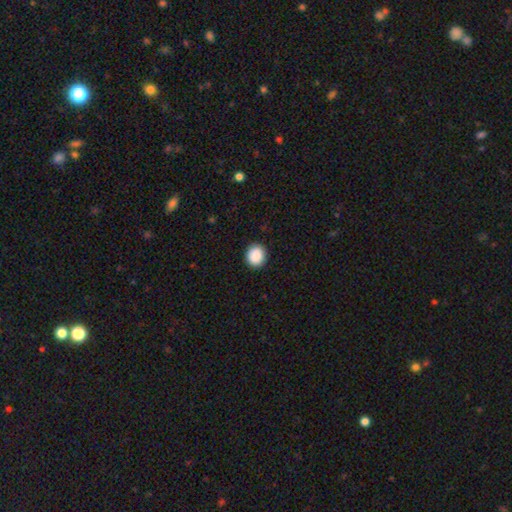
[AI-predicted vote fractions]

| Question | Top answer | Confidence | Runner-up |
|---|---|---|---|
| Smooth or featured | smooth | 89% | star or artifact (8%) |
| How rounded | round | 79% | in between (20%) |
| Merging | none | 91% | minor disturbance (6%) |